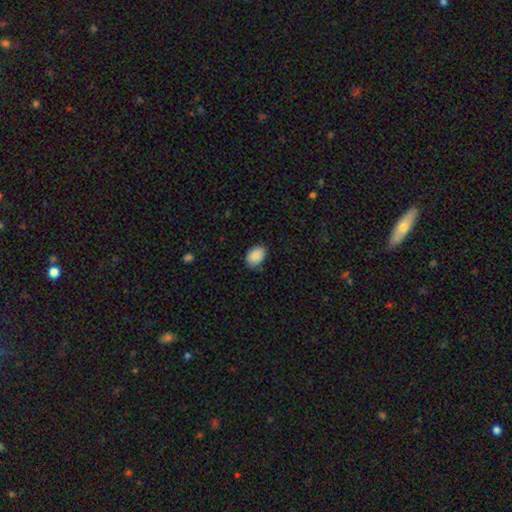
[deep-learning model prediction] Smooth or featured: smooth — 89% (star or artifact — 7%)
How rounded: in between — 81% (round — 18%)
Merging: none — 81% (minor disturbance — 16%)